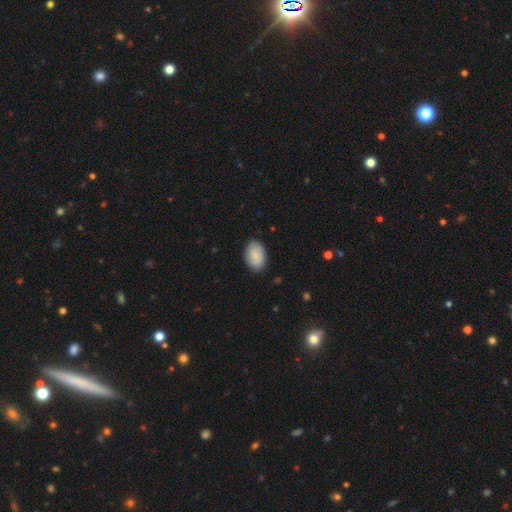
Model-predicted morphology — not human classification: Q: Smooth or featured?
A: smooth (87%); runner-up: featured or disk (7%)
Q: How rounded?
A: in between (90%); runner-up: round (8%)
Q: Merging?
A: none (85%); runner-up: minor disturbance (12%)